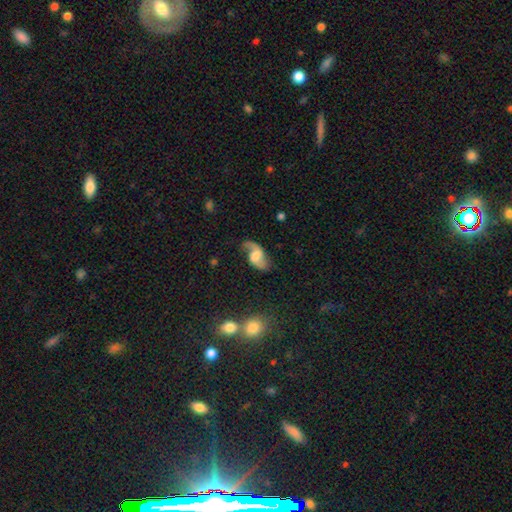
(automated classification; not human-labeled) A featured or disk galaxy (74%) with a weak bar (49%), 2 (85%) loose (67%) spiral arms (92%) and a moderate central bulge (41%). Merging: none (65%).